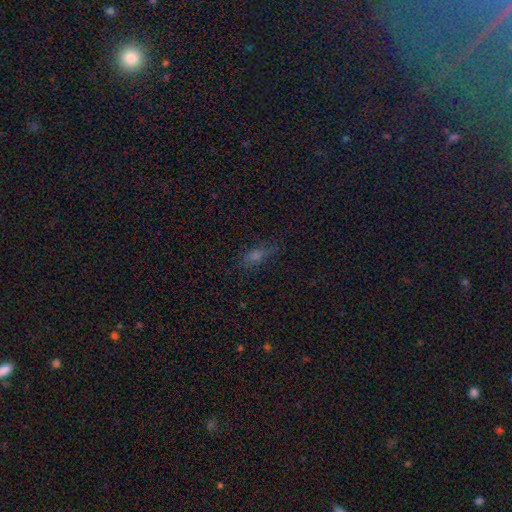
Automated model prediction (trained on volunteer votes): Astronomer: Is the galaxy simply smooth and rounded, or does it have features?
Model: smooth — 51% (runner-up: star or artifact, 29%).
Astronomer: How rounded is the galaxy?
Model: in between — 58%.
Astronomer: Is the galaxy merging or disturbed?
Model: none — 74%.